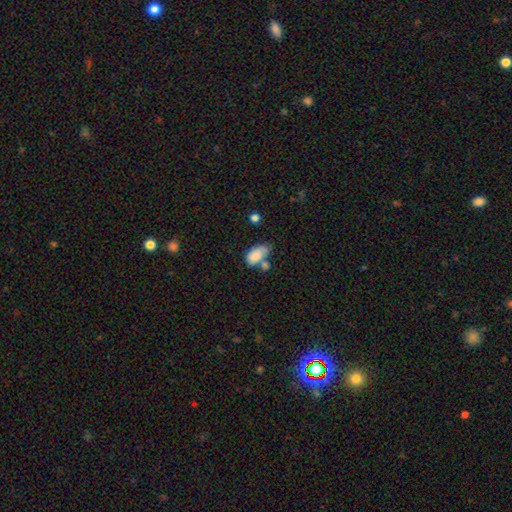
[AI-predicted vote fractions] A smooth galaxy with no disk features (81%) that is in between round and cigar-shaped (92%). Merging: none (31%, tied with merger).